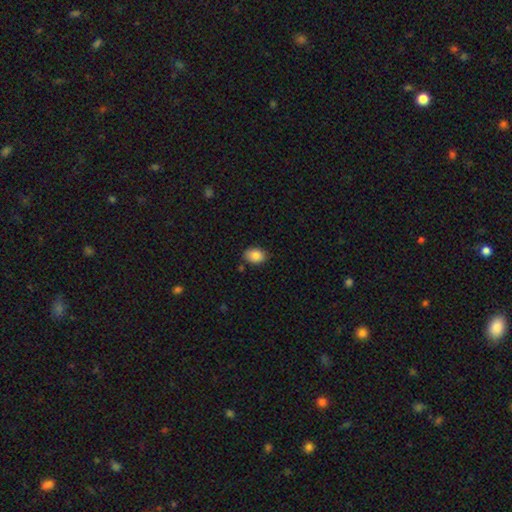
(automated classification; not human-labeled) Smooth or featured? smooth (86%)
How rounded? in between (79%)
Merging? none (83%)